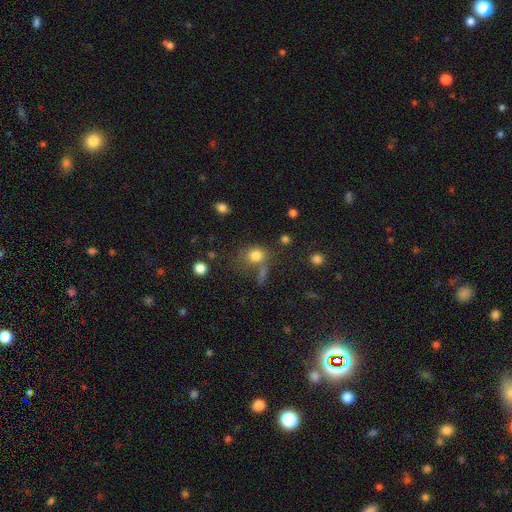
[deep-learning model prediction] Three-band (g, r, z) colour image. It shows a smooth galaxy with no disk features (79%) that is round (61%). Merging: none (53%).